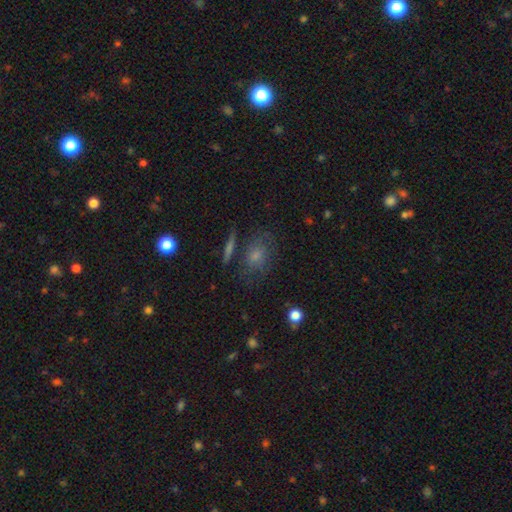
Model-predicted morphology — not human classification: type=smooth (52%); roundness=in between (58%); merging=none (67%).